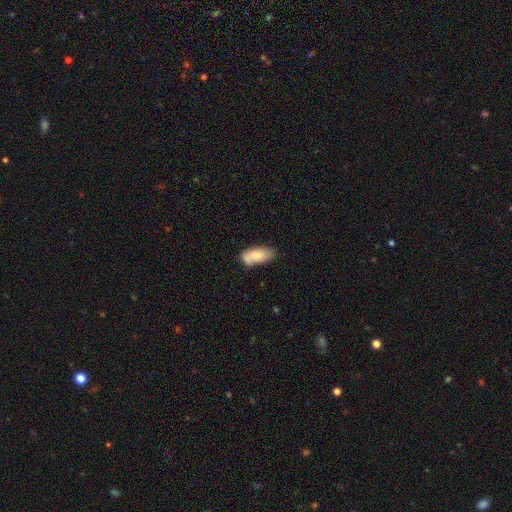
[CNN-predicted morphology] A smooth galaxy with no disk features (76%) that is in between round and cigar-shaped (85%). Merging: none (57%).